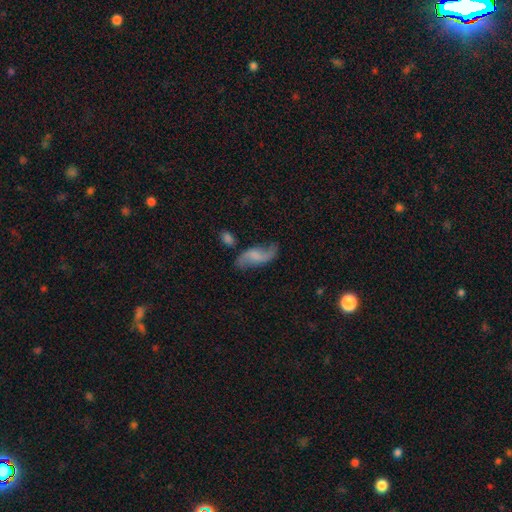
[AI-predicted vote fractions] A featured or disk galaxy (69%) with a weak bar (46%), 2 (91%) loose (83%) spiral arms (92%) and no central bulge (47%). Merging: none (68%).